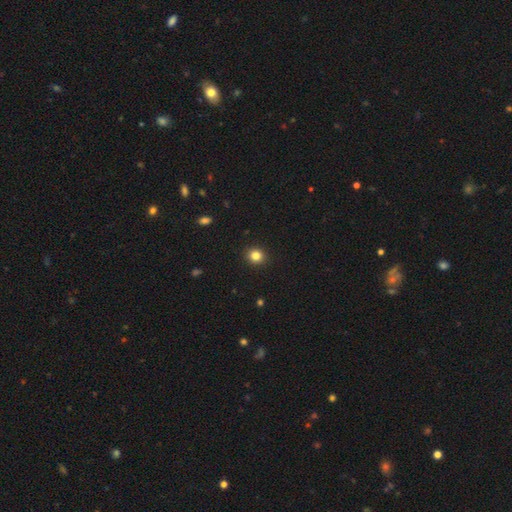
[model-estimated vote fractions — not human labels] Smooth or featured: smooth — 83% (star or artifact — 12%)
How rounded: round — 84% (in between — 16%)
Merging: none — 92% (minor disturbance — 5%)